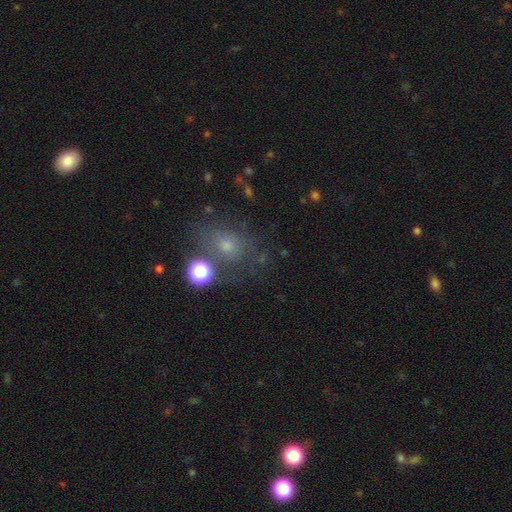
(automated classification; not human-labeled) A smooth galaxy with no disk features (43%).

Vote fractions:
- Smooth or featured? smooth: 43% / star or artifact: 36% / featured or disk: 21%
- Merging? none: 66% / minor disturbance: 15% / merger: 9% / major disturbance: 9%